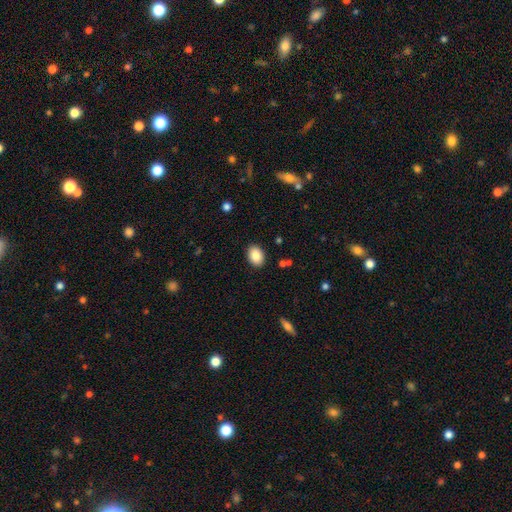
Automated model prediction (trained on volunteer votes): This appears to be a smooth galaxy with no disk features (87%) that is in between round and cigar-shaped (78%). Merging: none (89%).